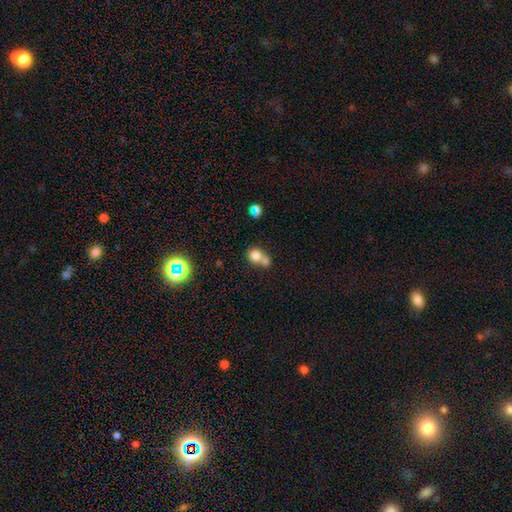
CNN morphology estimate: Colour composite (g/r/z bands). It shows a smooth galaxy with no disk features (77%) that is round (80%). Merging: merger (55%).